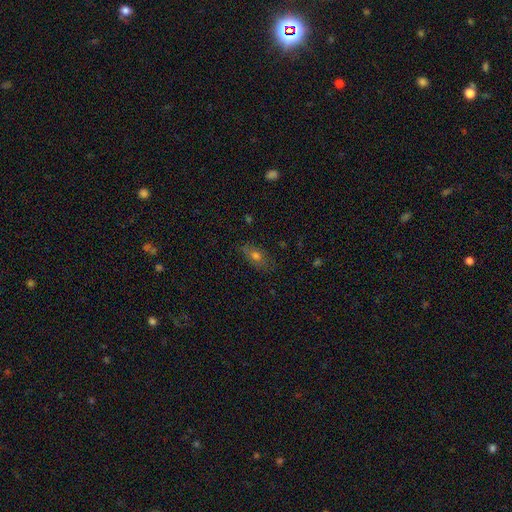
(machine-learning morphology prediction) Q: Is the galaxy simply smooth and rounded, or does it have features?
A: smooth — 64%.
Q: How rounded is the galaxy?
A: in between — 76%.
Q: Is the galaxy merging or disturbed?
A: none — 75%.